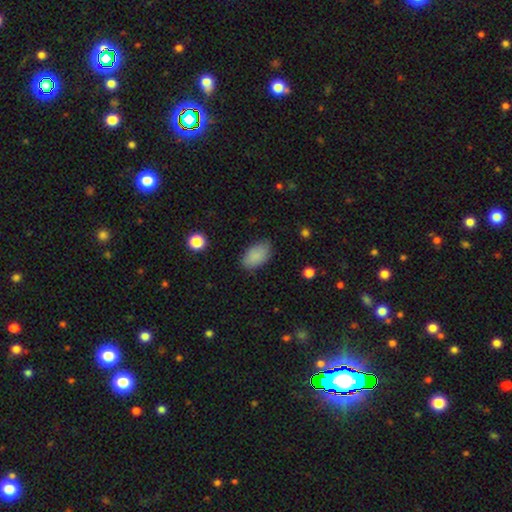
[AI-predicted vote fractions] The model was most divided on "merging": none: 81%, minor disturbance: 15%, major disturbance: 3%, merger: 1%. More confident: how rounded — in between (93%); smooth or featured — smooth (88%).